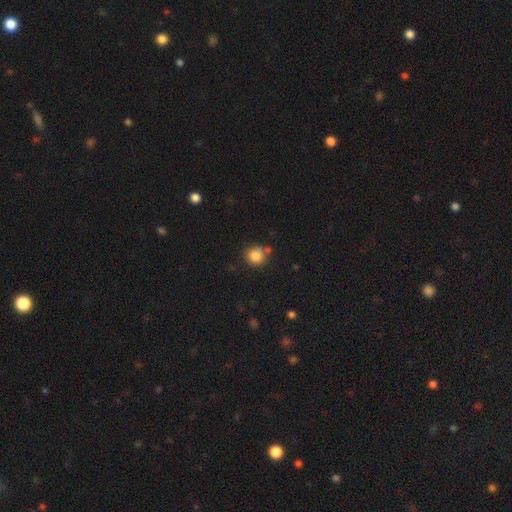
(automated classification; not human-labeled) smooth 85%, star or artifact 10%, featured or disk 5%. Down the decision tree: how rounded — round (90%); merging — none (74%).